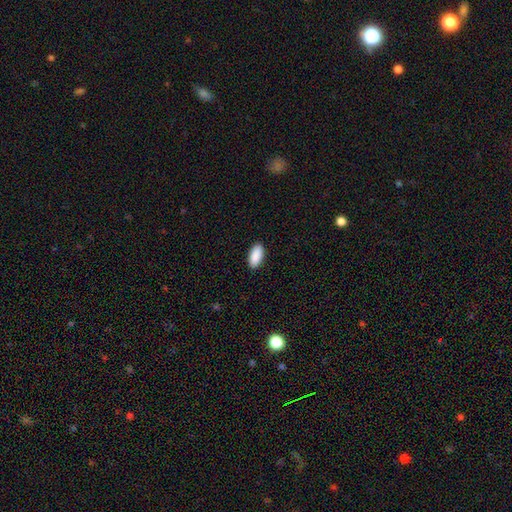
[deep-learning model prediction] smooth-or-featured: smooth: 91% | star or artifact: 6% | featured or disk: 3%
  how-rounded: in between: 94% | cigar-shaped: 4% | round: 2%
  merging: none: 90% | minor disturbance: 7% | major disturbance: 2% | merger: 1%